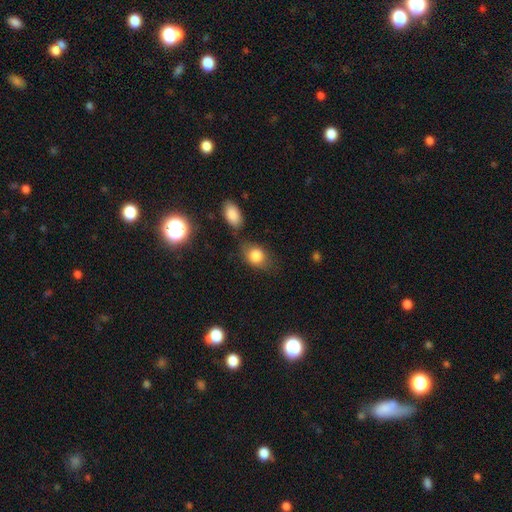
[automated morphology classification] A smooth galaxy with no disk features (81%) that is in between round and cigar-shaped (63%).

Vote fractions:
- Smooth or featured? smooth: 81% / featured or disk: 10% / star or artifact: 9%
- How rounded? in between: 63% / round: 35% / cigar-shaped: 2%
- Merging? none: 58% / minor disturbance: 21% / merger: 13% / major disturbance: 8%